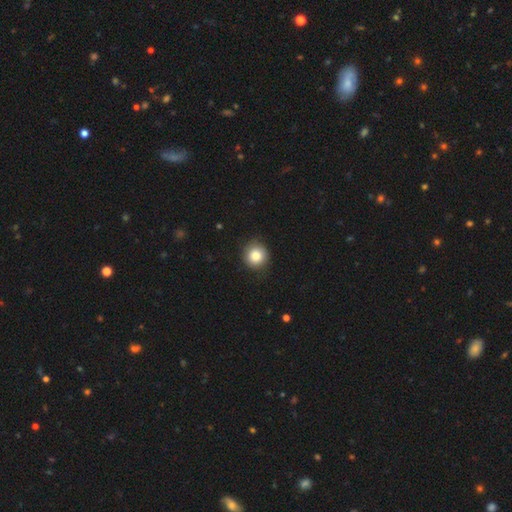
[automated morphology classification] A smooth galaxy with no disk features (84%) that is round (92%). Merging: none (87%).